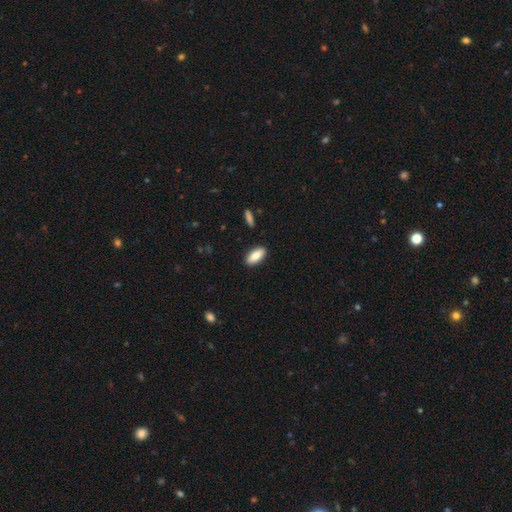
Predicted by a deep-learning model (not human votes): Smooth or featured: smooth — 83% (featured or disk — 10%)
How rounded: in between — 84% (cigar-shaped — 14%)
Merging: none — 89% (minor disturbance — 8%)